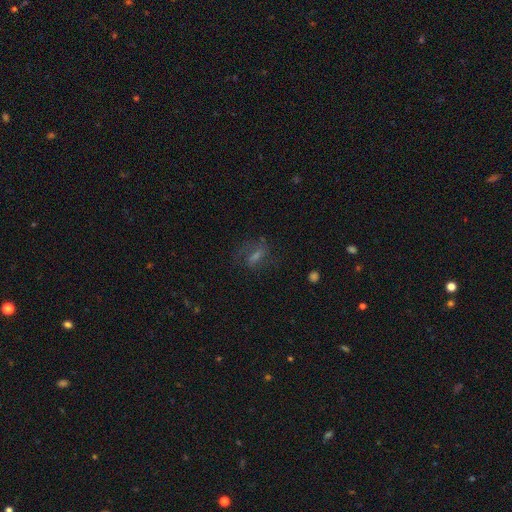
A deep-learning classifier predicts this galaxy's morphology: The model was most divided on "smooth or featured": featured or disk: 48%, smooth: 32%, star or artifact: 20%. More confident: merging — none (64%).